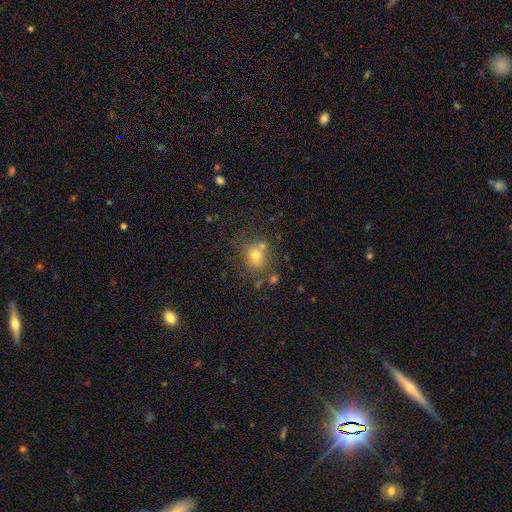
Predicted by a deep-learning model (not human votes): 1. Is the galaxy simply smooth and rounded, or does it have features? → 72% smooth, 15% star or artifact, 13% featured or disk.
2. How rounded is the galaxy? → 76% round, 24% in between, 1% cigar-shaped.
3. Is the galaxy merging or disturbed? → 65% none, 16% merger, 14% minor disturbance, 5% major disturbance.